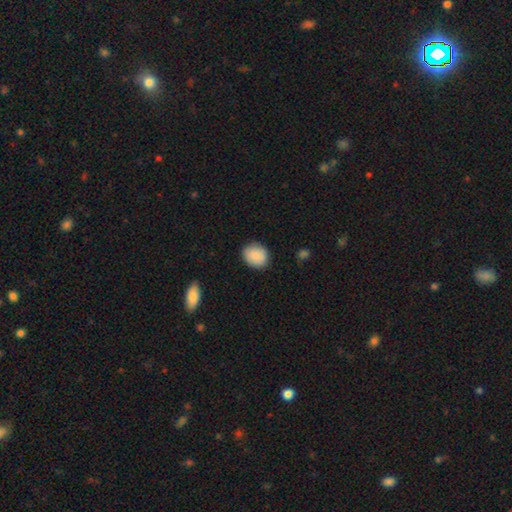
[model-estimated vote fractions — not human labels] Smooth or featured? Predicted: smooth (p=0.88). How rounded? Predicted: round (p=0.73). Merging? Predicted: none (p=0.88).